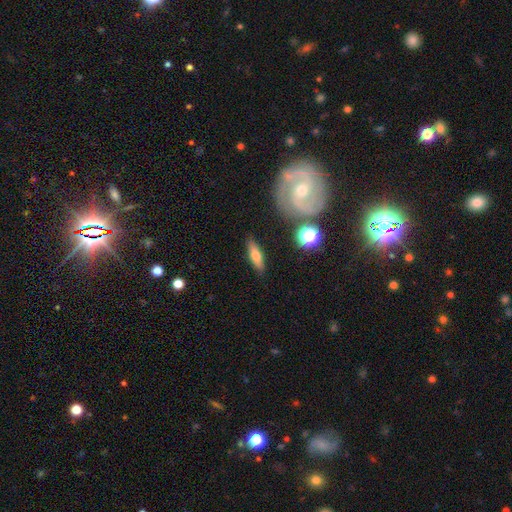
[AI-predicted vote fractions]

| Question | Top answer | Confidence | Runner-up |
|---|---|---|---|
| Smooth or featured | smooth | 58% | featured or disk (33%) |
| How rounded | cigar-shaped | 52% | in between (43%) |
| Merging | none | 84% | minor disturbance (10%) |